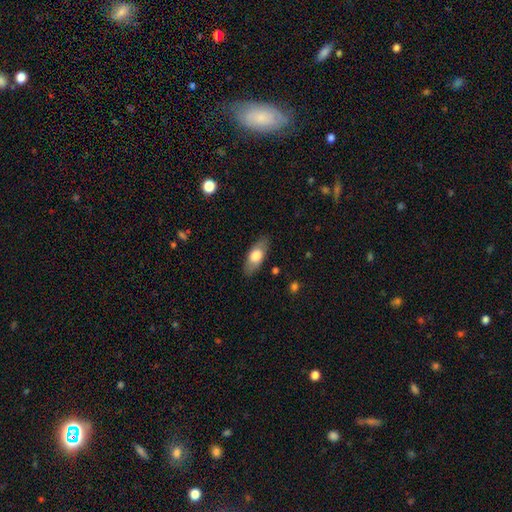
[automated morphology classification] Smooth or featured? Predicted: smooth (p=0.68). How rounded? Predicted: in between (p=0.81). Merging? Predicted: none (p=0.84).